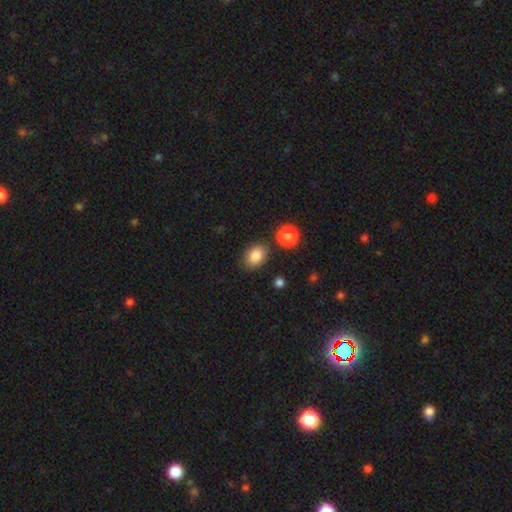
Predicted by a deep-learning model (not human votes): Smooth or featured: smooth — 86% (star or artifact — 9%)
How rounded: in between — 68% (round — 31%)
Merging: none — 80% (minor disturbance — 11%)